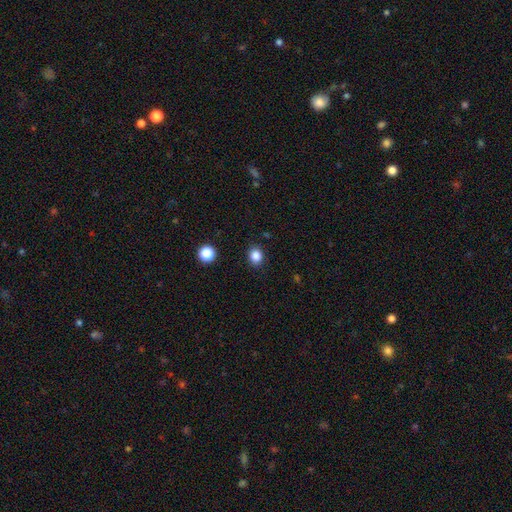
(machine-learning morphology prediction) Smooth or featured?
  - smooth: 85% *
  - star or artifact: 12%
  - featured or disk: 4%
How rounded?
  - round: 68% *
  - in between: 31%
  - cigar-shaped: 1%
Merging?
  - none: 88% *
  - minor disturbance: 8%
  - major disturbance: 2%
  - merger: 1%